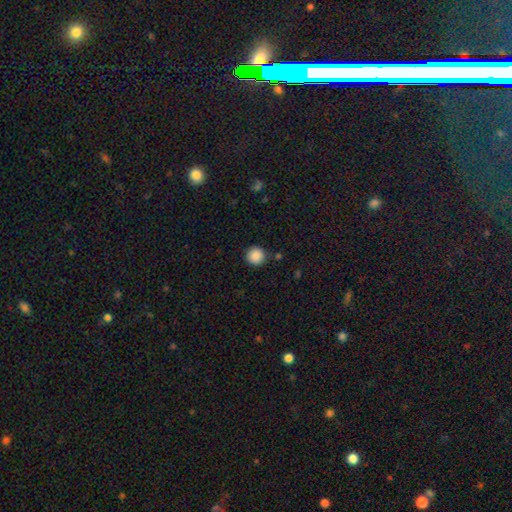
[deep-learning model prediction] smooth_or_featured: smooth (p=0.88) [alt: star or artifact p=0.09]
how_rounded: round (p=0.95) [alt: in between p=0.04]
merging: none (p=0.90) [alt: minor disturbance p=0.06]